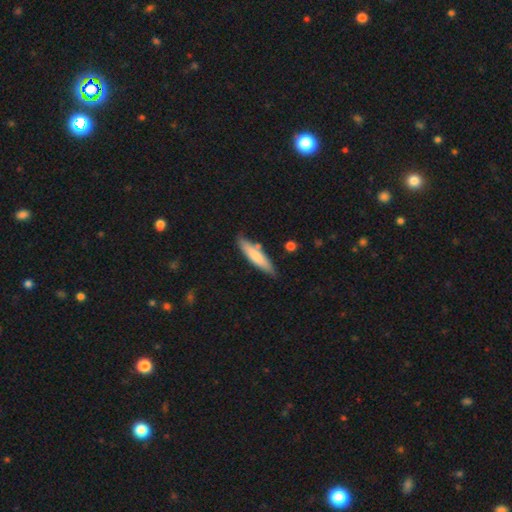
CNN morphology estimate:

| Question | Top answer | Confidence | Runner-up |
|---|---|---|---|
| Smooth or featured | smooth | 71% | featured or disk (24%) |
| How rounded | cigar-shaped | 80% | in between (18%) |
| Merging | none | 78% | minor disturbance (14%) |